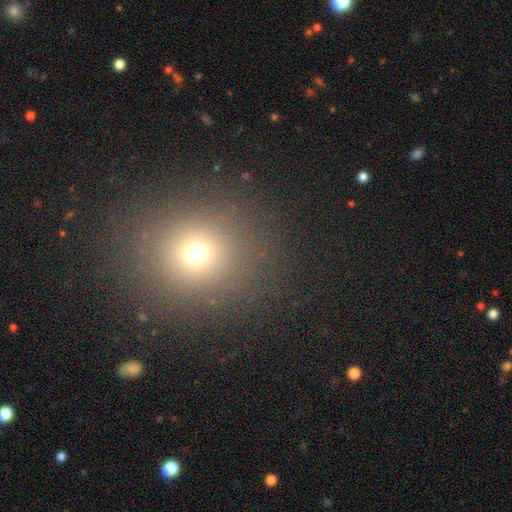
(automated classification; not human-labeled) Overall: smooth (64%; star or artifact 29%). How rounded: round (84%). Merging: none (90%).